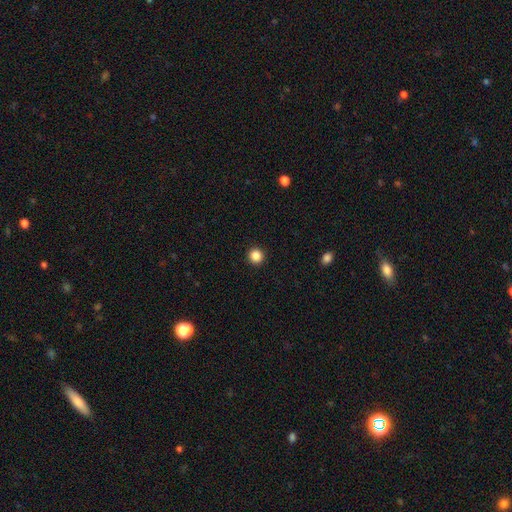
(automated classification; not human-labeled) This appears to be a smooth galaxy with no disk features (87%) that is round (94%). Merging: none (93%).